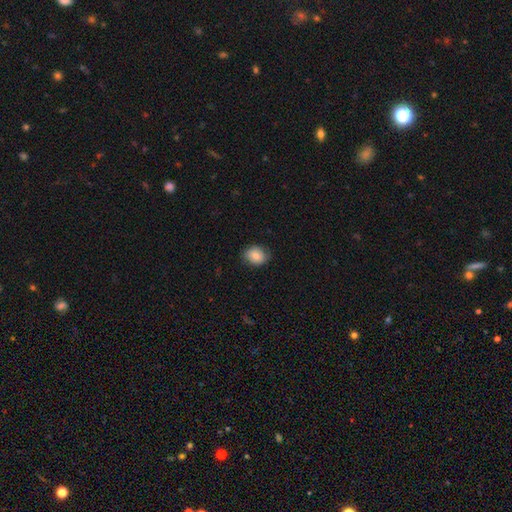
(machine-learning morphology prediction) Smooth or featured? Predicted: smooth (p=0.82). How rounded? Predicted: round (p=0.55). Merging? Predicted: none (p=0.81).